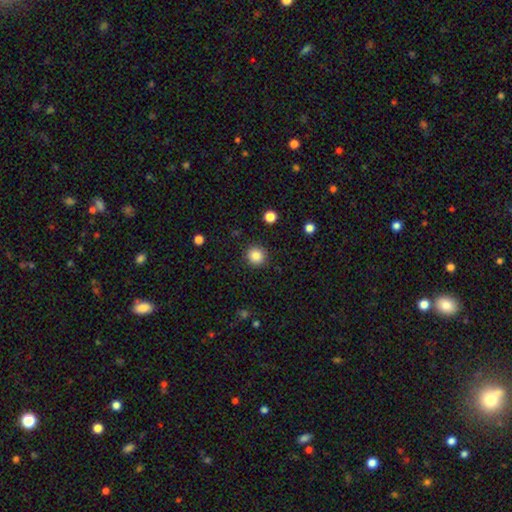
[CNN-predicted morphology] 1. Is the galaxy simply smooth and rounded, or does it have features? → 86% smooth, 11% star or artifact, 4% featured or disk.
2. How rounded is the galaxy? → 93% round, 6% in between, 1% cigar-shaped.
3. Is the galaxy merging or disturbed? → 90% none, 6% minor disturbance, 2% major disturbance, 1% merger.